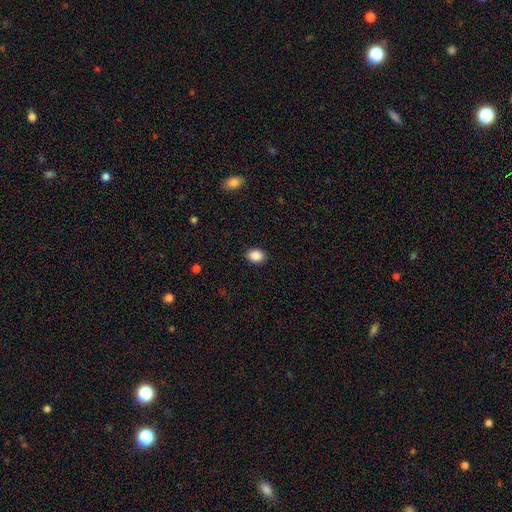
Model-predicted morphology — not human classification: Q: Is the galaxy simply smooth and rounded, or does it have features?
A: smooth — 89%.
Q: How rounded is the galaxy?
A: in between — 64%.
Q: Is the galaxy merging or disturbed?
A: none — 90%.